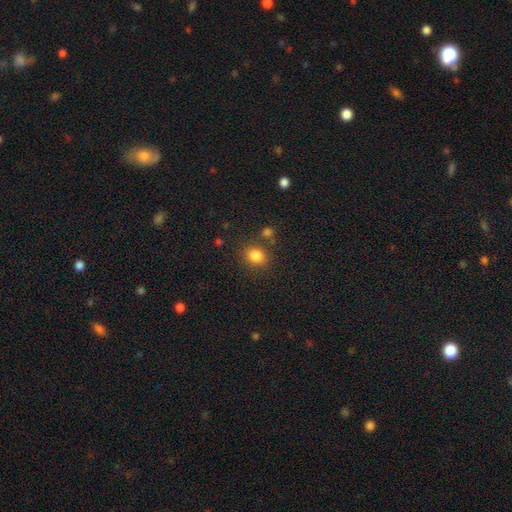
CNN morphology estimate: smooth 83%, star or artifact 12%, featured or disk 5%. Down the decision tree: how rounded — round (70%); merging — none (79%).